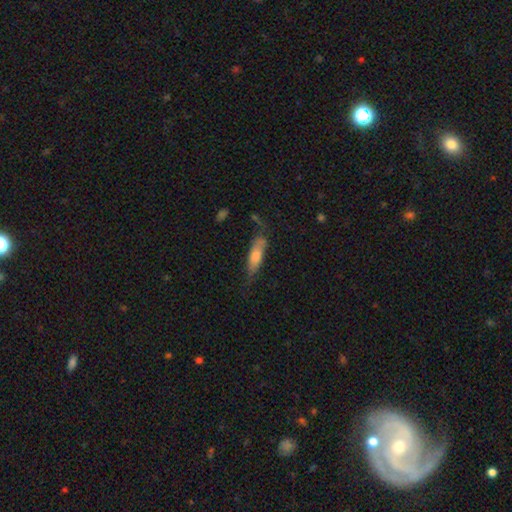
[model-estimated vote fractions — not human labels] smooth 70%, featured or disk 23%, star or artifact 7%. Down the decision tree: how rounded — in between (54%); merging — none (44%).